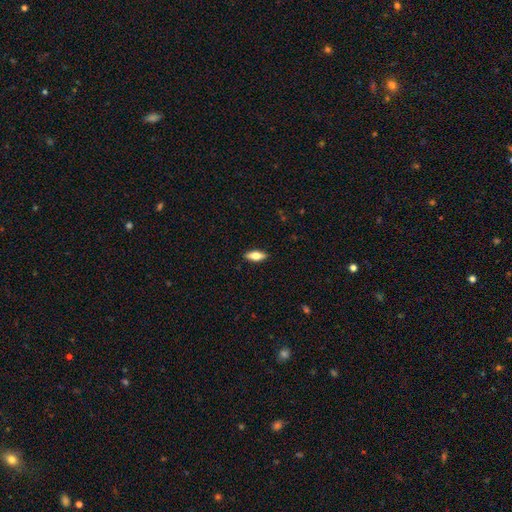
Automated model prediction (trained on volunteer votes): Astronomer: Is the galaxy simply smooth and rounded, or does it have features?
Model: smooth — 62%.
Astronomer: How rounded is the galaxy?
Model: in between — 73%.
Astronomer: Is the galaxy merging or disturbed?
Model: none — 89%.